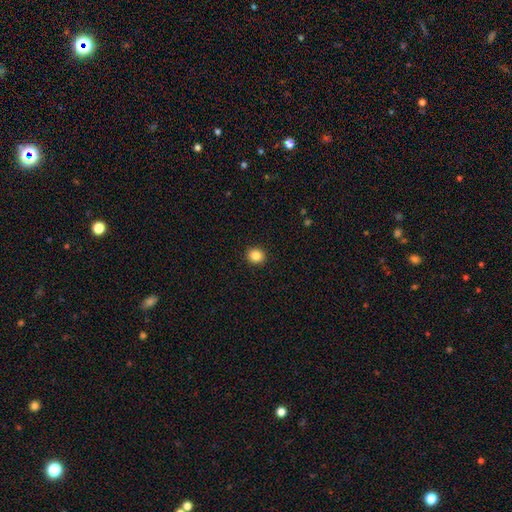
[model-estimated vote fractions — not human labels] smooth 85%, star or artifact 10%, featured or disk 4%. Down the decision tree: how rounded — round (86%); merging — none (93%).